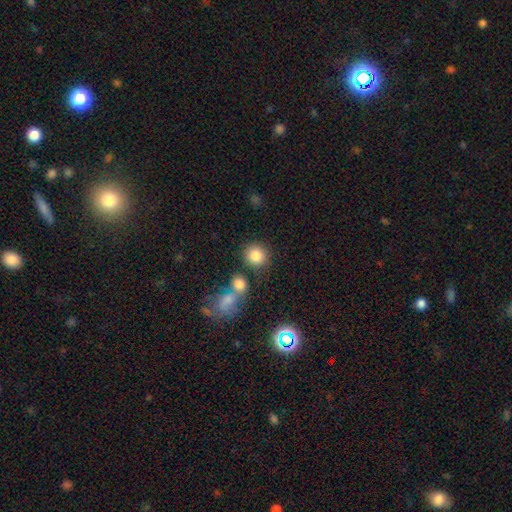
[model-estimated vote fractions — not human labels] Smooth or featured? Predicted: smooth (p=0.83). How rounded? Predicted: round (p=0.86). Merging? Predicted: none (p=0.74).